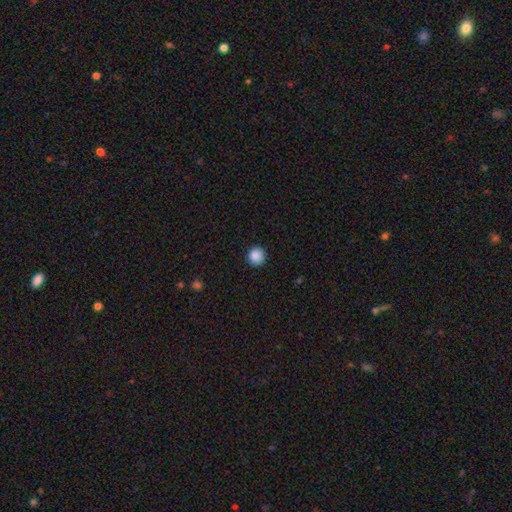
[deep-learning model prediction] This is clearly a smooth galaxy (88%). How rounded: clearly round (93%). Merging: clearly none (91%).